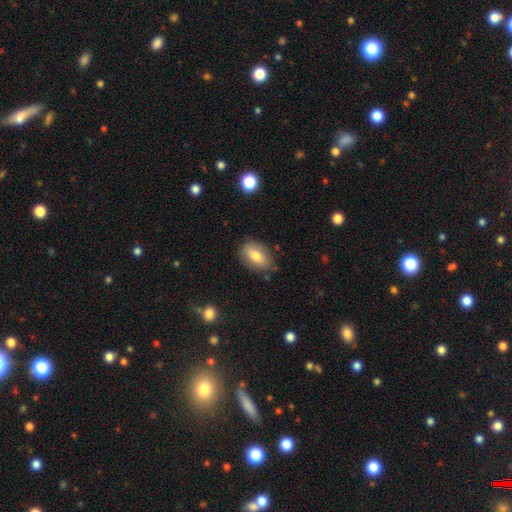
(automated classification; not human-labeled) smooth 75%, featured or disk 17%, star or artifact 7%. Down the decision tree: how rounded — in between (88%); merging — none (79%).